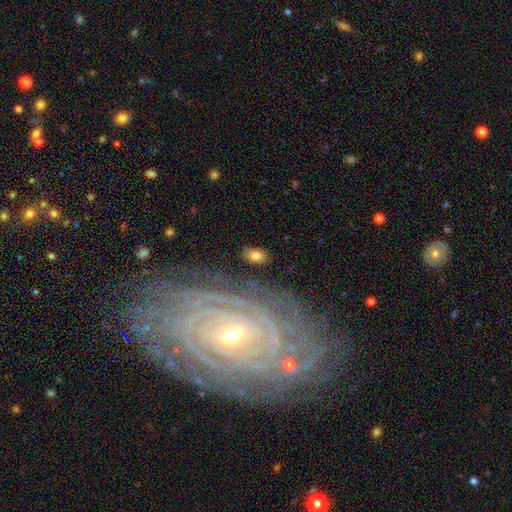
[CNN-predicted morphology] smooth-or-featured: smooth: 73% | featured or disk: 18% | star or artifact: 8%
  how-rounded: in between: 87% | round: 10% | cigar-shaped: 2%
  merging: none: 80% | minor disturbance: 12% | major disturbance: 5% | merger: 3%